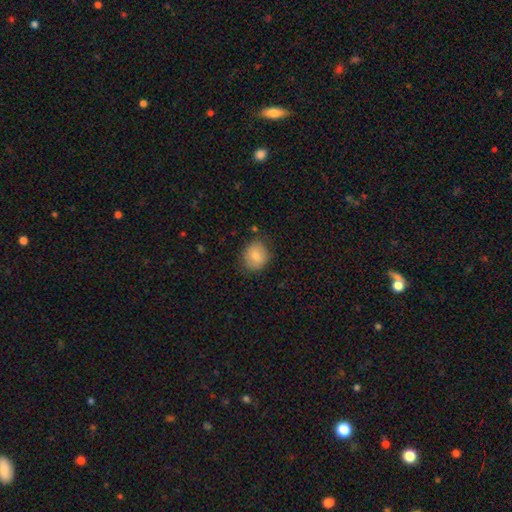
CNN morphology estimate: type=smooth (80%); roundness=round (73%); merging=none (79%).